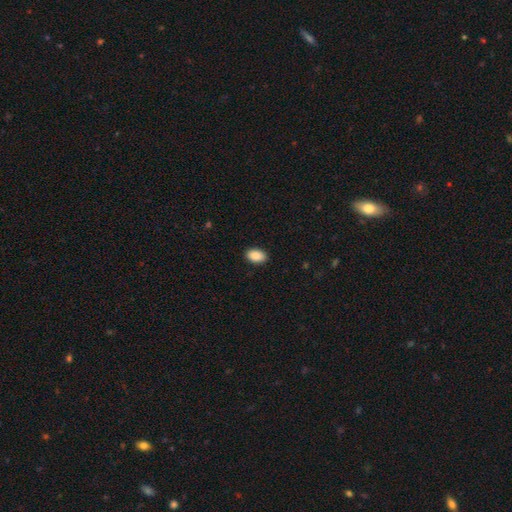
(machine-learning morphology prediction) This appears to be a smooth galaxy with no disk features (89%) that is in between round and cigar-shaped (91%). Merging: none (90%).